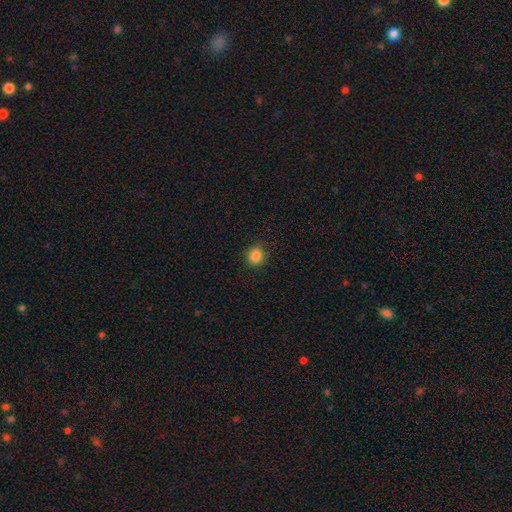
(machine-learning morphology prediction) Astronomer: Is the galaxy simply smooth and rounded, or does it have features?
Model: smooth — 87%.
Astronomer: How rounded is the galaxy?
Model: round — 79%.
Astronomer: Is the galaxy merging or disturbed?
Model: none — 87%.